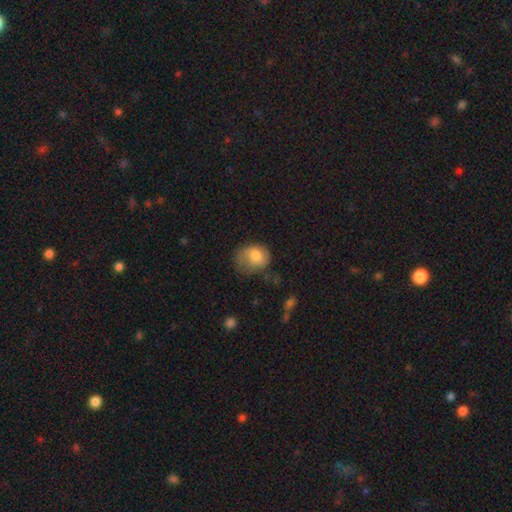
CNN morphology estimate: Smooth or featured: smooth — 72% (featured or disk — 21%)
How rounded: round — 54% (in between — 45%)
Merging: none — 42% (minor disturbance — 34%)